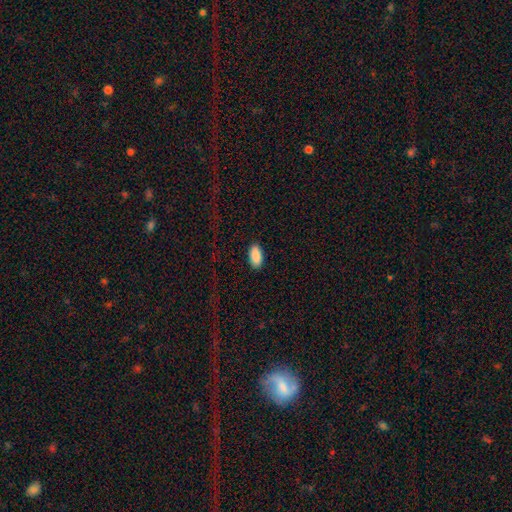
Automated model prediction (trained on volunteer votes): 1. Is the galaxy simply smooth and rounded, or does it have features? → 90% smooth, 6% star or artifact, 3% featured or disk.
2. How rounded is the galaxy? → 94% in between, 4% cigar-shaped, 2% round.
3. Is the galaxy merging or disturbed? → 89% none, 8% minor disturbance, 2% major disturbance, 1% merger.